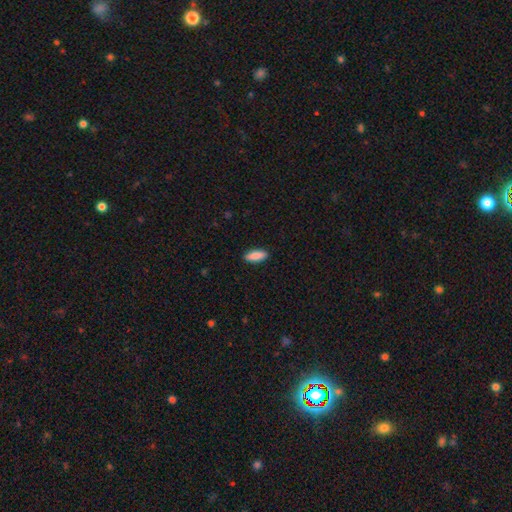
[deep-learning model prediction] Smooth or featured? Predicted: smooth (p=0.89). How rounded? Predicted: in between (p=0.73). Merging? Predicted: none (p=0.90).